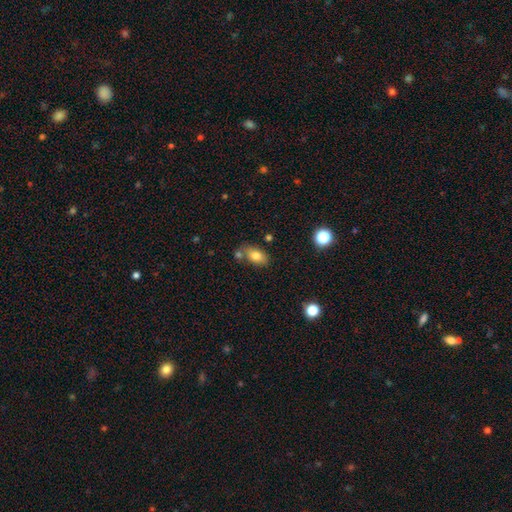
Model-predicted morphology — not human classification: smooth_or_featured: smooth (p=0.78) [alt: featured or disk p=0.13]
how_rounded: in between (p=0.86) [alt: round p=0.11]
merging: none (p=0.66) [alt: minor disturbance p=0.15]